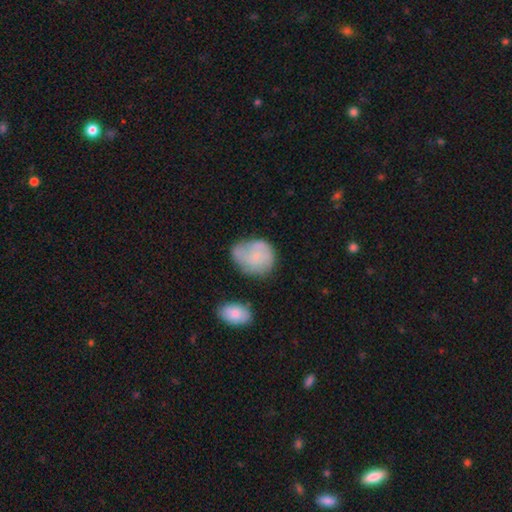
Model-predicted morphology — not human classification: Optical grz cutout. It shows a smooth galaxy with no disk features (61%) that is round (61%). Merging: none (40%).